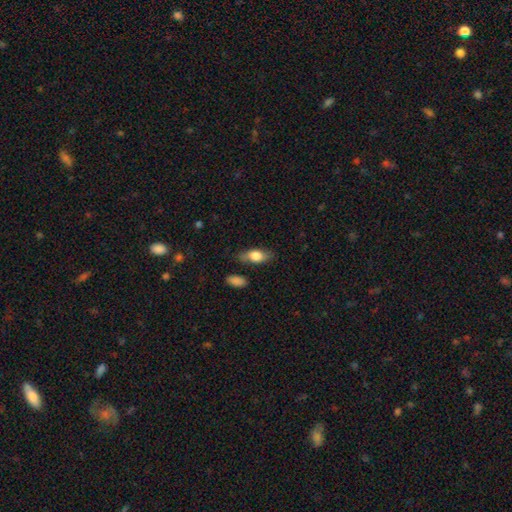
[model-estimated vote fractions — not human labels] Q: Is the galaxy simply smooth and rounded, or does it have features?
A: smooth — 71%.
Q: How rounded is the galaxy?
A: in between — 78%.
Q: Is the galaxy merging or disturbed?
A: none — 77%.